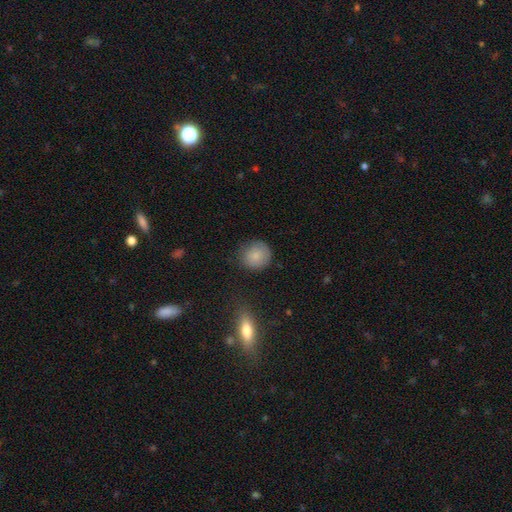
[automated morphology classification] type=smooth (84%); roundness=round (90%); merging=none (79%).